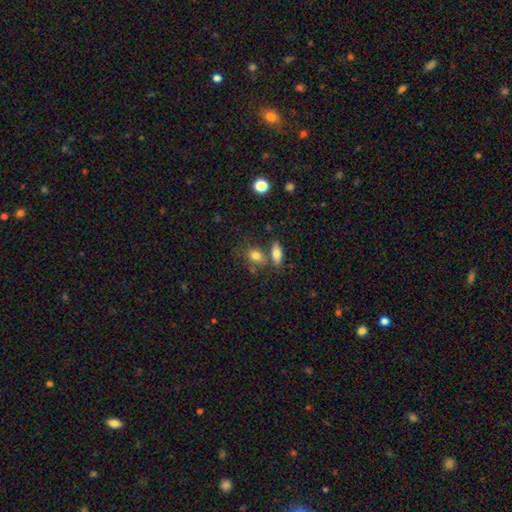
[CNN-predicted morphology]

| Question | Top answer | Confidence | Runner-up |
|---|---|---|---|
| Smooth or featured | smooth | 80% | featured or disk (11%) |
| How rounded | in between | 57% | round (38%) |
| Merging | none | 57% | merger (24%) |